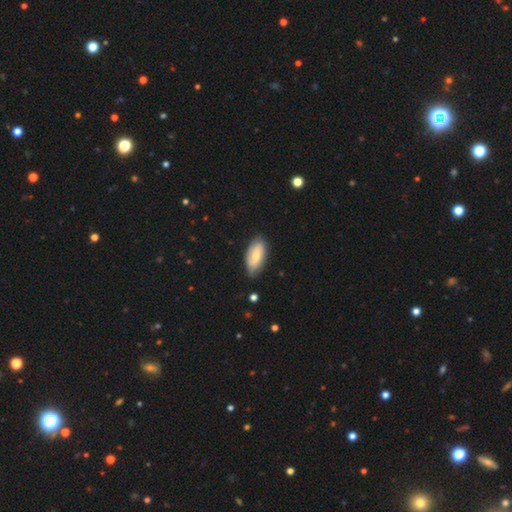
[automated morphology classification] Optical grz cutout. It shows a smooth galaxy with no disk features (63%) that is in between round and cigar-shaped (92%). Merging: none (78%).